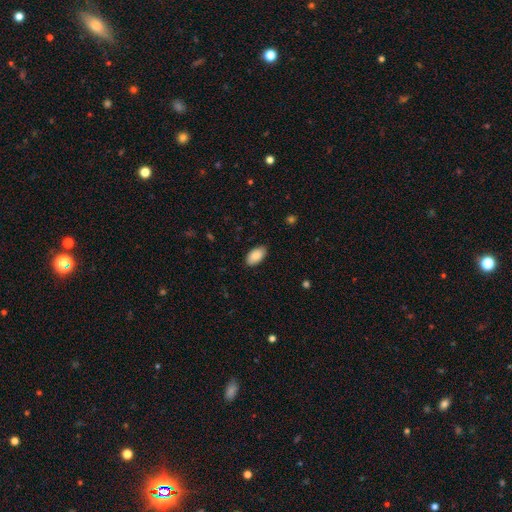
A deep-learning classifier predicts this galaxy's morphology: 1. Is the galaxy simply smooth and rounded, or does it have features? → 87% smooth, 7% featured or disk, 6% star or artifact.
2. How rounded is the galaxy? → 95% in between, 3% round, 2% cigar-shaped.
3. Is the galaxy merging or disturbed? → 86% none, 11% minor disturbance, 2% major disturbance, 1% merger.